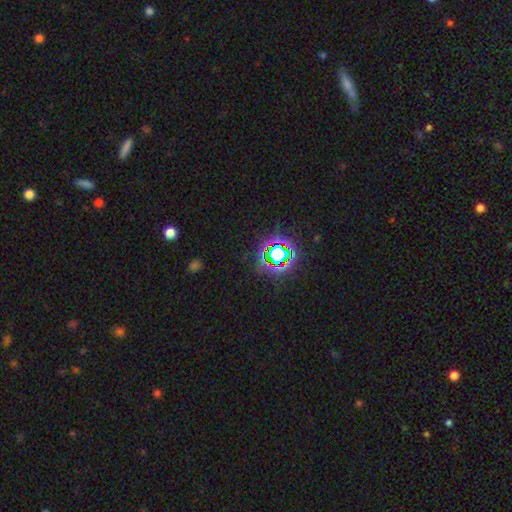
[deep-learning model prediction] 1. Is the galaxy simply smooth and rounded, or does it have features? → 78% star or artifact, 14% smooth, 8% featured or disk.